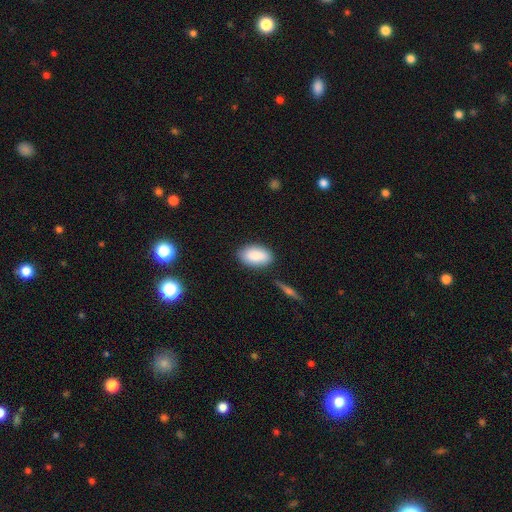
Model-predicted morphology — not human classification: smooth 88%, star or artifact 6%, featured or disk 6%. Down the decision tree: how rounded — in between (93%); merging — none (82%).